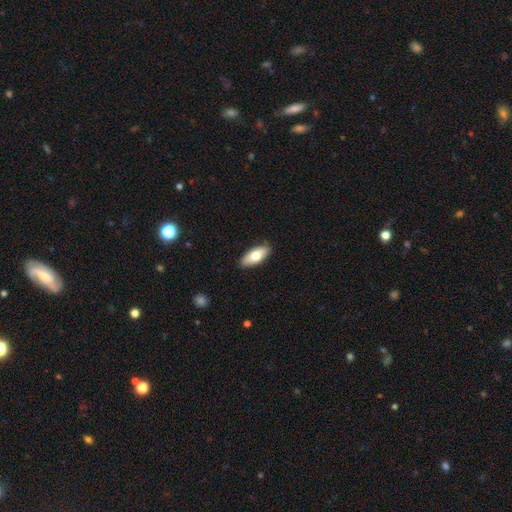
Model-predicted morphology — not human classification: smooth_or_featured: smooth (p=0.70) [alt: featured or disk p=0.24]
how_rounded: in between (p=0.83) [alt: cigar-shaped p=0.14]
merging: none (p=0.88) [alt: minor disturbance p=0.10]